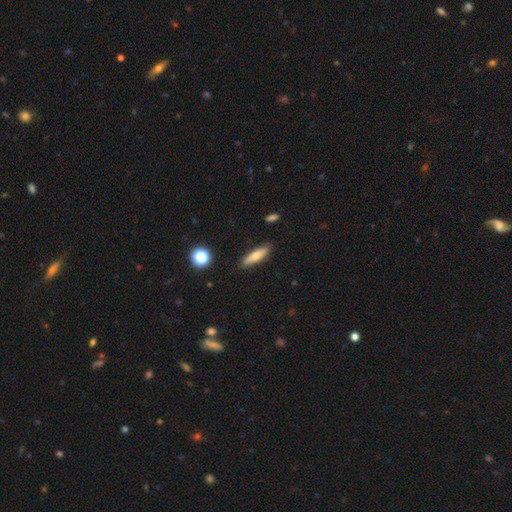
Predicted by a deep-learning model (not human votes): smooth 67%, featured or disk 26%, star or artifact 8%. Down the decision tree: how rounded — cigar-shaped (65%); merging — none (87%).